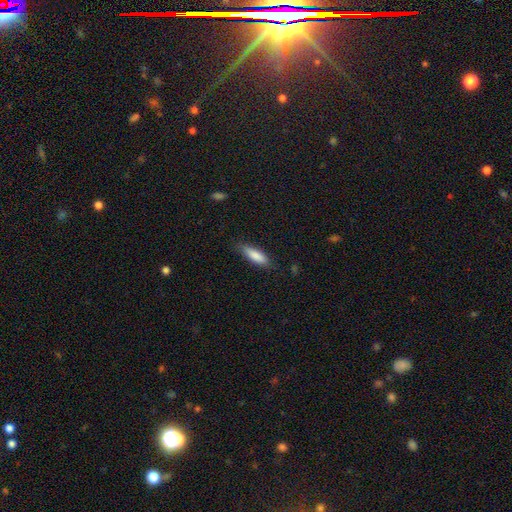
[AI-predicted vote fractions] Smooth or featured? Predicted: smooth (p=0.83). How rounded? Predicted: cigar-shaped (p=0.55). Merging? Predicted: none (p=0.79).